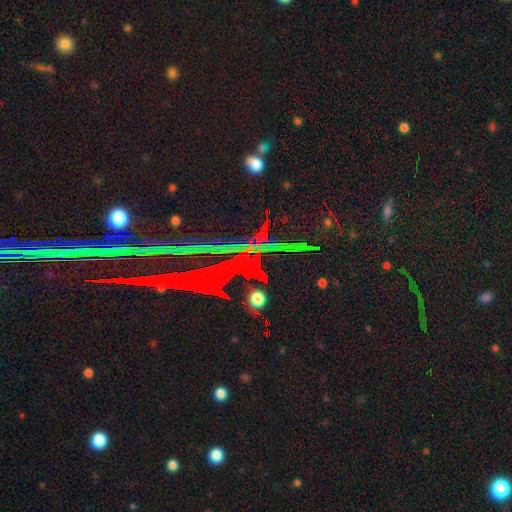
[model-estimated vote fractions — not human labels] Overall: star or artifact (83%).